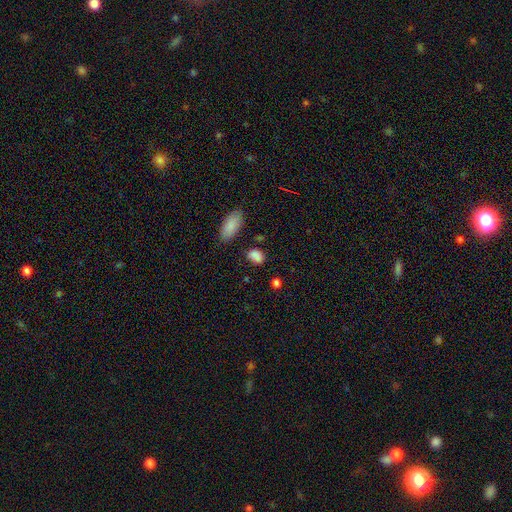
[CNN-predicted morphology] Overall: smooth (84%). How rounded: in between (77%). Merging: none (72%).